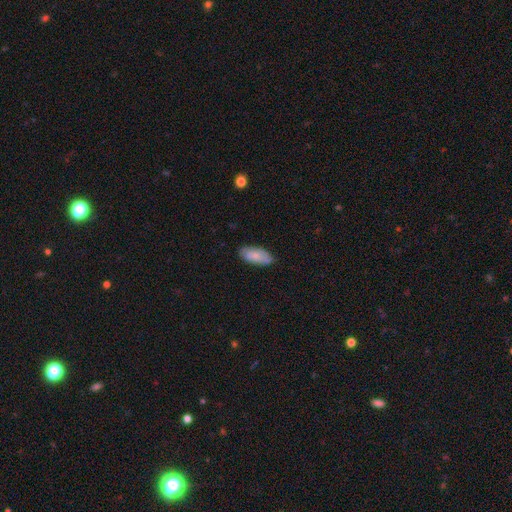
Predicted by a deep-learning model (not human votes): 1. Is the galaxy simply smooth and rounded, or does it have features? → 76% smooth, 18% featured or disk, 6% star or artifact.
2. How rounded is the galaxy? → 89% in between, 9% cigar-shaped, 2% round.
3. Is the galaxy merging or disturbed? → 77% none, 19% minor disturbance, 3% major disturbance, 1% merger.